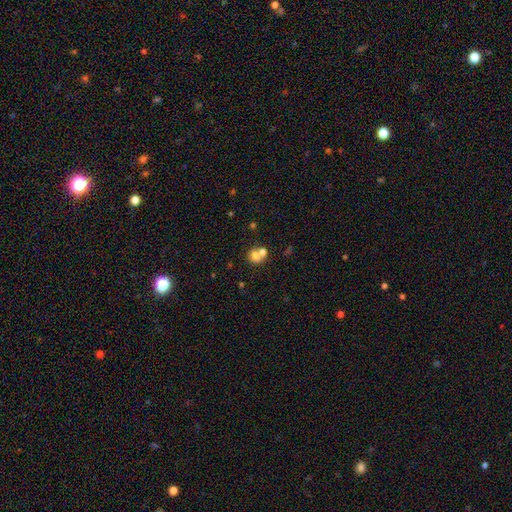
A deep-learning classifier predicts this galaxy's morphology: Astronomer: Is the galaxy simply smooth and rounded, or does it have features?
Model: smooth — 73%.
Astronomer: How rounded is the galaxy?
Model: round — 74%.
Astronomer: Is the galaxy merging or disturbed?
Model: merger — 50% (runner-up: none, 38%).